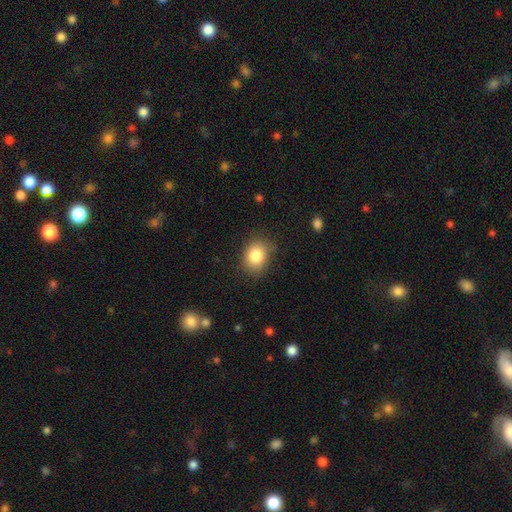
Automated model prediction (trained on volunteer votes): Smooth or featured? smooth (83%)
How rounded? in between (53%)
Merging? none (79%)